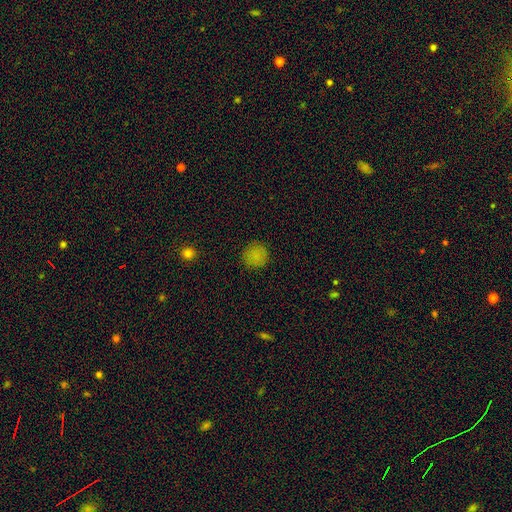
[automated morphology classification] Smooth or featured? Predicted: smooth (p=0.82). How rounded? Predicted: round (p=0.93). Merging? Predicted: none (p=0.89).